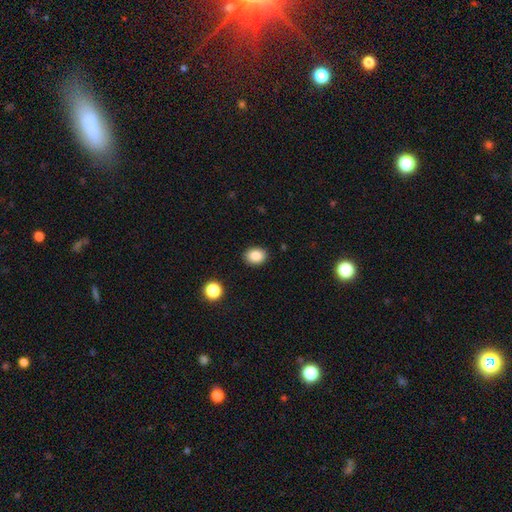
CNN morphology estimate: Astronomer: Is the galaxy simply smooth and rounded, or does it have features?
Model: smooth — 86%.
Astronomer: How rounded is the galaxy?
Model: in between — 56% (runner-up: round, 43%).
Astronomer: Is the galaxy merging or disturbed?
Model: none — 89%.